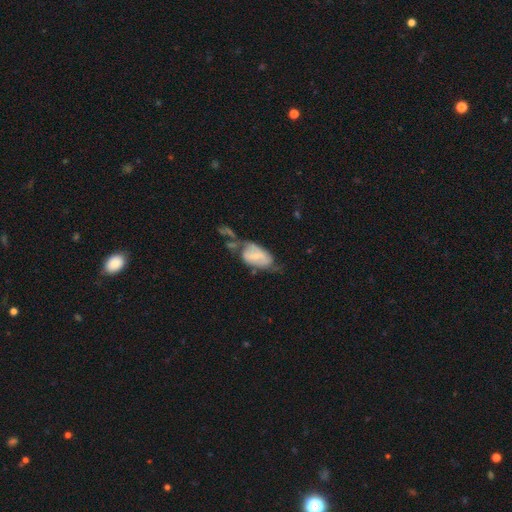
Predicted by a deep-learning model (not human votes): smooth-or-featured: featured or disk: 55% | smooth: 38% | star or artifact: 7%
  disk-edge-on: no: 94% | yes: 6%
    bar: weak: 42% | no: 36% | strong: 23%
    has-spiral-arms: yes: 63% | no: 37%
    bulge-size: small: 61% | moderate: 31% | none: 5% | large: 2% | dominant: 1%
  merging: major disturbance: 27% | none: 25% | minor disturbance: 24% | merger: 24%